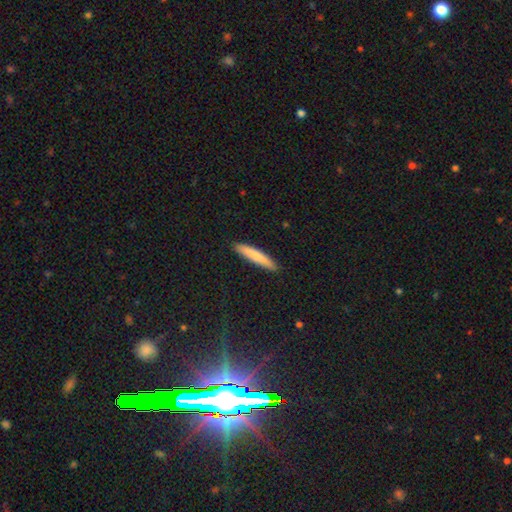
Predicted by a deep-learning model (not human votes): A smooth galaxy with no disk features (71%) that is cigar-shaped (91%). Merging: none (90%).